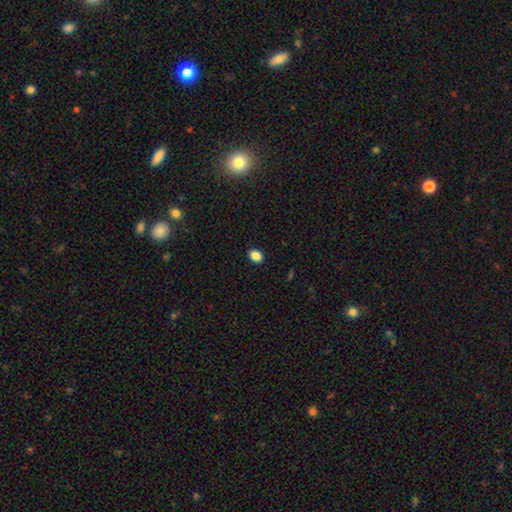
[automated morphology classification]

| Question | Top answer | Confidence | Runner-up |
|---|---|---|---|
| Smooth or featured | smooth | 87% | star or artifact (10%) |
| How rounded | in between | 64% | round (35%) |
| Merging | none | 90% | minor disturbance (7%) |